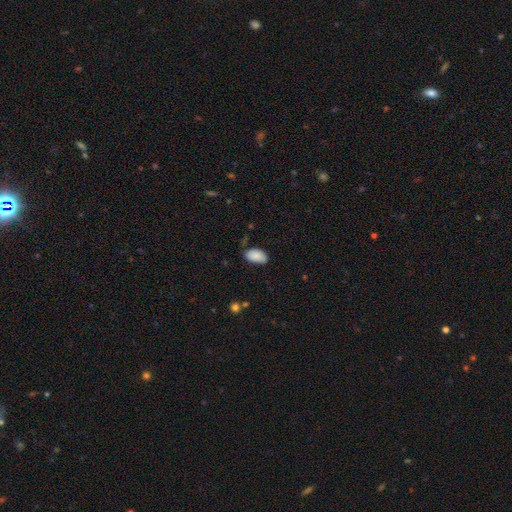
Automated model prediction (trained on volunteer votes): smooth-or-featured: smooth: 88% | star or artifact: 7% | featured or disk: 6%
  how-rounded: in between: 95% | round: 4% | cigar-shaped: 1%
  merging: none: 77% | minor disturbance: 18% | major disturbance: 3% | merger: 2%